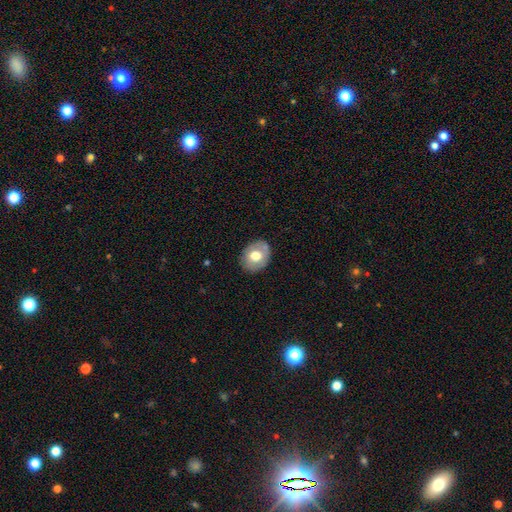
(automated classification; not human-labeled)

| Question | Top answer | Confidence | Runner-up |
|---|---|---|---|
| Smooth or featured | smooth | 64% | featured or disk (29%) |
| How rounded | in between | 51% | round (49%) |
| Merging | none | 81% | minor disturbance (14%) |